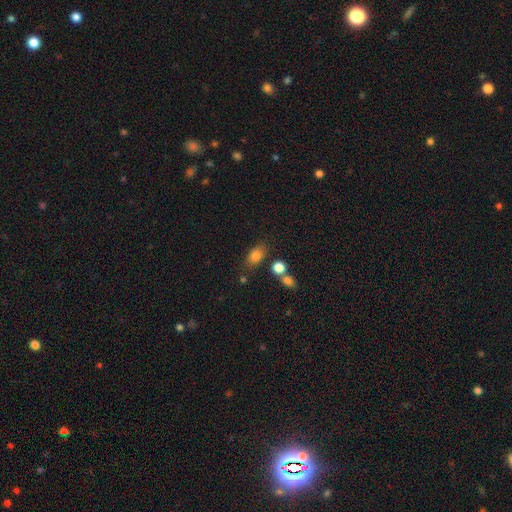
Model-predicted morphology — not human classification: smooth-or-featured: smooth: 81% | star or artifact: 11% | featured or disk: 9%
  how-rounded: in between: 79% | round: 17% | cigar-shaped: 4%
  merging: none: 71% | minor disturbance: 14% | merger: 10% | major disturbance: 5%